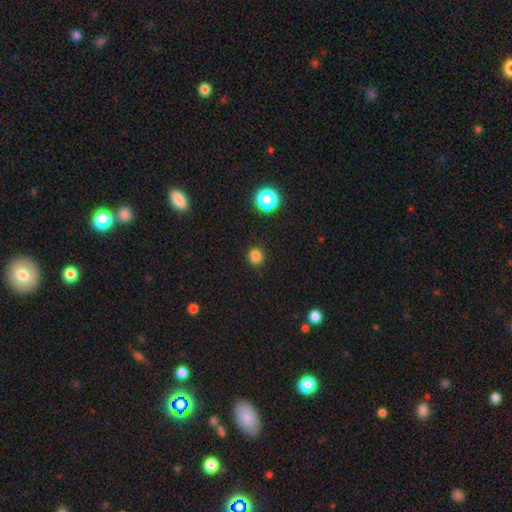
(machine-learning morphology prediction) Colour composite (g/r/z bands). It shows a smooth galaxy with no disk features (81%) that is round (85%). Merging: none (88%).